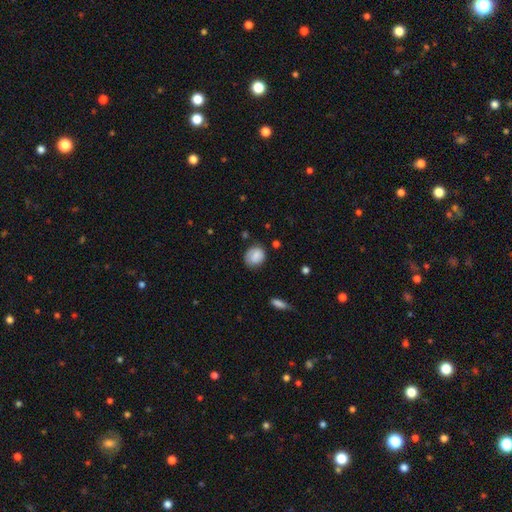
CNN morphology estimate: Smooth or featured?
  - smooth: 79% *
  - featured or disk: 13%
  - star or artifact: 8%
How rounded?
  - round: 58% *
  - in between: 41%
  - cigar-shaped: 1%
Merging?
  - none: 71% *
  - minor disturbance: 22%
  - major disturbance: 6%
  - merger: 2%